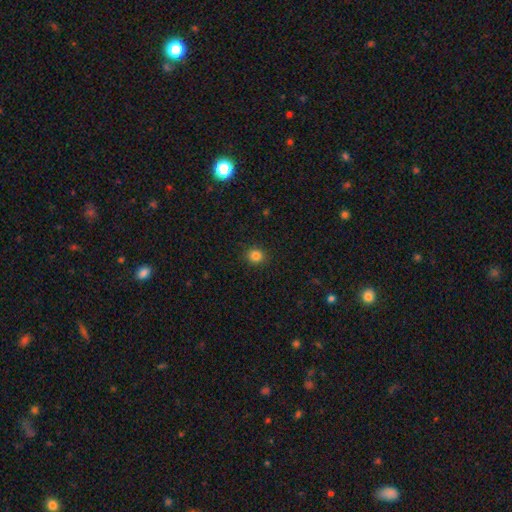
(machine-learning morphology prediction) Smooth or featured? Predicted: smooth (p=0.83). How rounded? Predicted: round (p=0.87). Merging? Predicted: none (p=0.91).